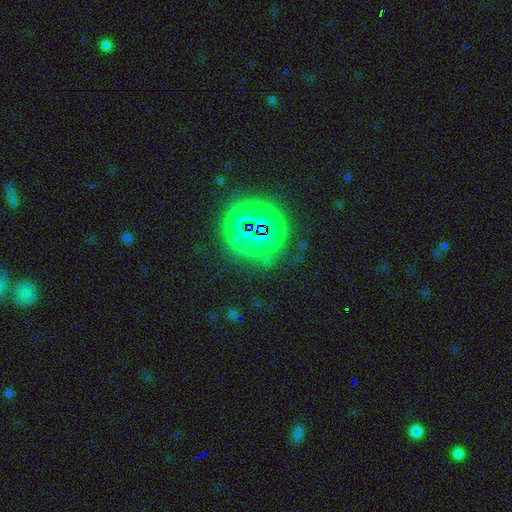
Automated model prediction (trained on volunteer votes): Smooth or featured: star or artifact — 78% (smooth — 12%)